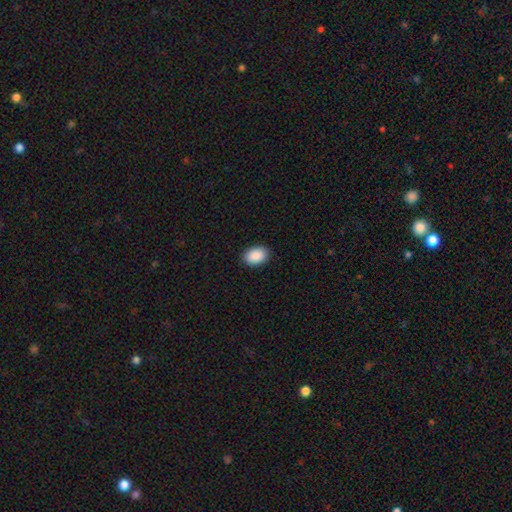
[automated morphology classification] A smooth galaxy with no disk features (91%) that is in between round and cigar-shaped (85%).

Vote fractions:
- Smooth or featured? smooth: 91% / star or artifact: 6% / featured or disk: 3%
- How rounded? in between: 85% / round: 14% / cigar-shaped: 1%
- Merging? none: 90% / minor disturbance: 8% / major disturbance: 2% / merger: 1%